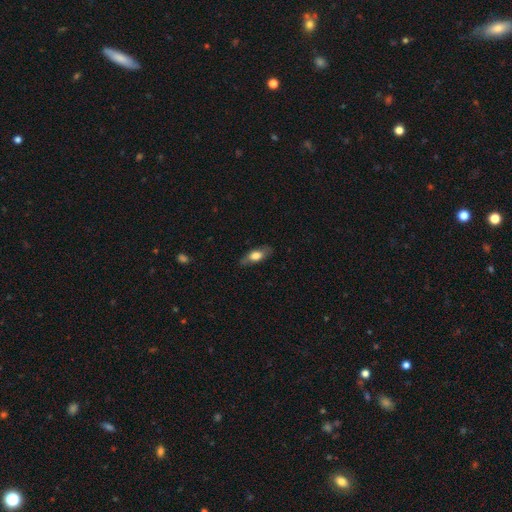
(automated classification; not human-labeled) smooth_or_featured: smooth (p=0.62) [alt: featured or disk p=0.31]
how_rounded: in between (p=0.72) [alt: cigar-shaped p=0.23]
merging: none (p=0.75) [alt: minor disturbance p=0.19]